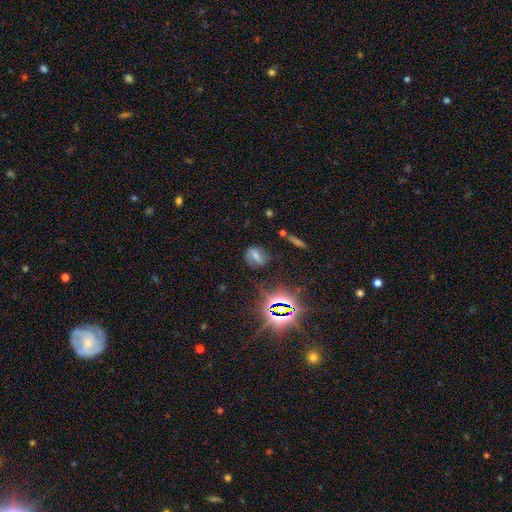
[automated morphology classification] Smooth or featured?
  - star or artifact: 47% *
  - featured or disk: 29%
  - smooth: 25%